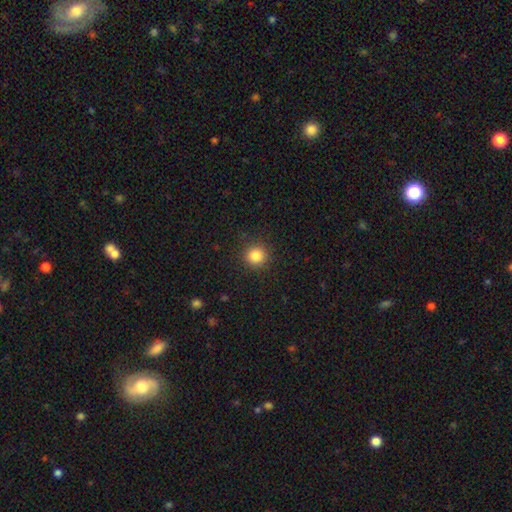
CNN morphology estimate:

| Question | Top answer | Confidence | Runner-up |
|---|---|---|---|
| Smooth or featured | smooth | 84% | star or artifact (12%) |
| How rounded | round | 93% | in between (6%) |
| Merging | none | 90% | minor disturbance (7%) |